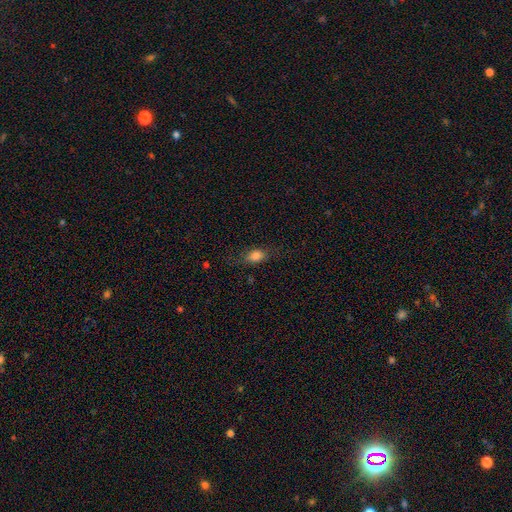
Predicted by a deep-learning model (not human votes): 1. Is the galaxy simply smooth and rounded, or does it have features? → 80% smooth, 11% featured or disk, 10% star or artifact.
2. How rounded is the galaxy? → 77% in between, 16% round, 7% cigar-shaped.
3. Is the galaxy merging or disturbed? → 72% none, 18% minor disturbance, 8% major disturbance, 1% merger.